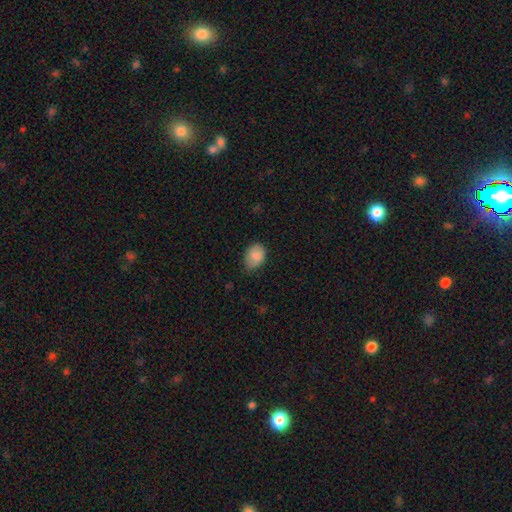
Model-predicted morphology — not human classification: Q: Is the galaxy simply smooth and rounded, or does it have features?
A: smooth — 87%.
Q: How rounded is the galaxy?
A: in between — 72%.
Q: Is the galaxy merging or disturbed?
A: none — 62%.